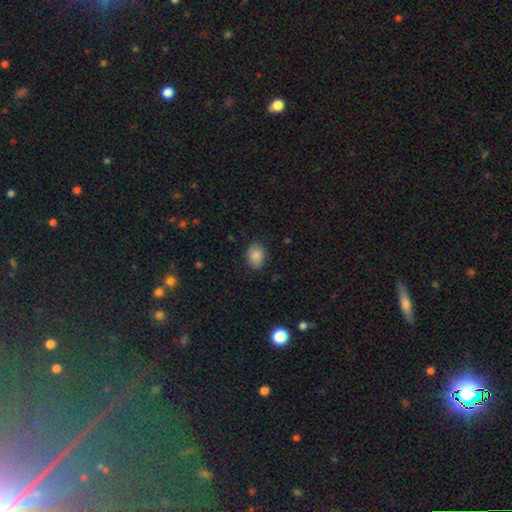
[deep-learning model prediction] A smooth galaxy with no disk features (87%) that is in between round and cigar-shaped (63%). Merging: none (84%).